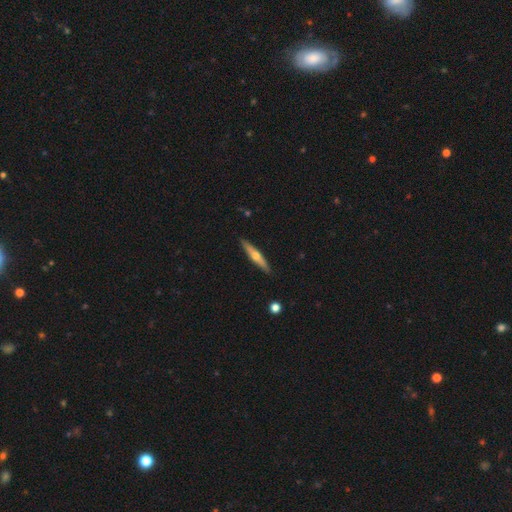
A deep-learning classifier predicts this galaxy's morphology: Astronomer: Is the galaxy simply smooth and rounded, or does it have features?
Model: featured or disk — 59% (runner-up: smooth, 36%).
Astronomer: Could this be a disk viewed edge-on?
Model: yes — 94%.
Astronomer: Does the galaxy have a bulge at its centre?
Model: rounded — 91%.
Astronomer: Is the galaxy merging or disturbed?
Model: none — 90%.